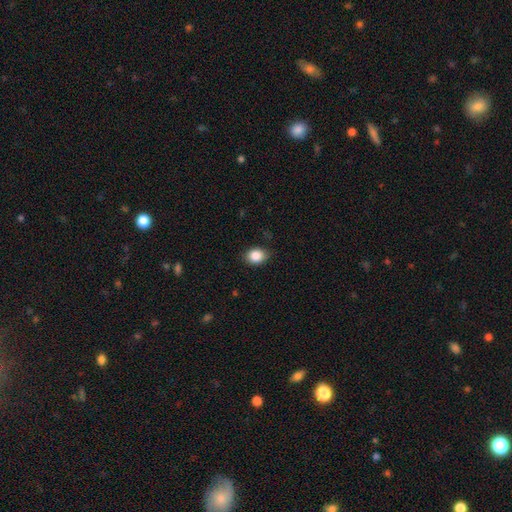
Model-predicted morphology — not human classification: Smooth or featured: smooth — 86% (star or artifact — 9%)
How rounded: in between — 55% (round — 43%)
Merging: none — 82% (minor disturbance — 14%)